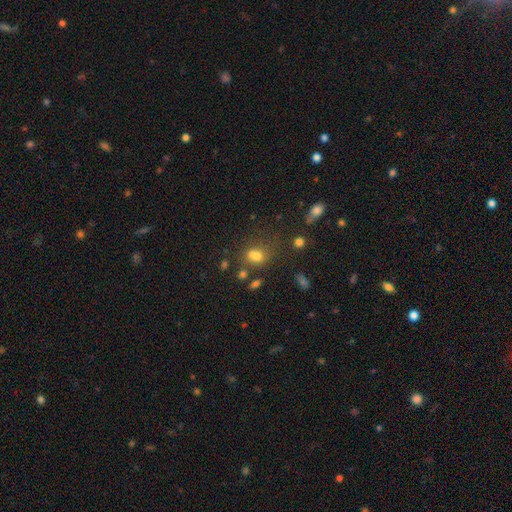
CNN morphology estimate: The model was most divided on "merging": none: 43%, merger: 30%, minor disturbance: 17%, major disturbance: 10%. More confident: smooth or featured — smooth (67%); how rounded — in between (57%).